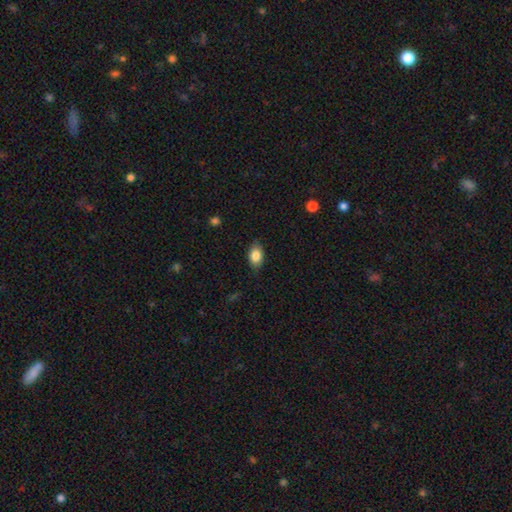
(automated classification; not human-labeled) Smooth or featured?
  - smooth: 84% *
  - featured or disk: 8%
  - star or artifact: 8%
How rounded?
  - in between: 87% *
  - round: 11%
  - cigar-shaped: 2%
Merging?
  - none: 82% *
  - minor disturbance: 14%
  - major disturbance: 3%
  - merger: 1%